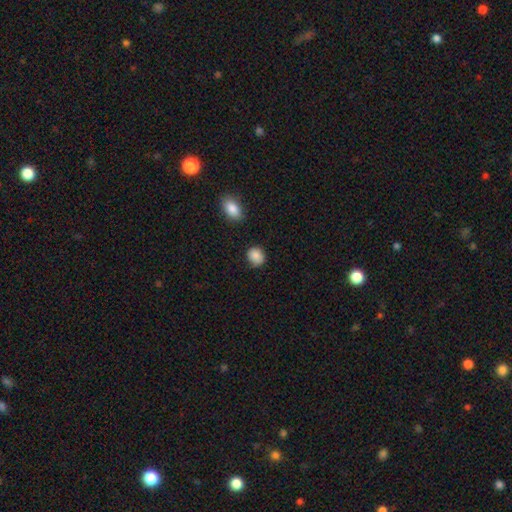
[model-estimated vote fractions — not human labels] smooth-or-featured: smooth: 88% | star or artifact: 8% | featured or disk: 4%
  how-rounded: round: 67% | in between: 32% | cigar-shaped: 1%
  merging: none: 82% | minor disturbance: 13% | major disturbance: 3% | merger: 2%